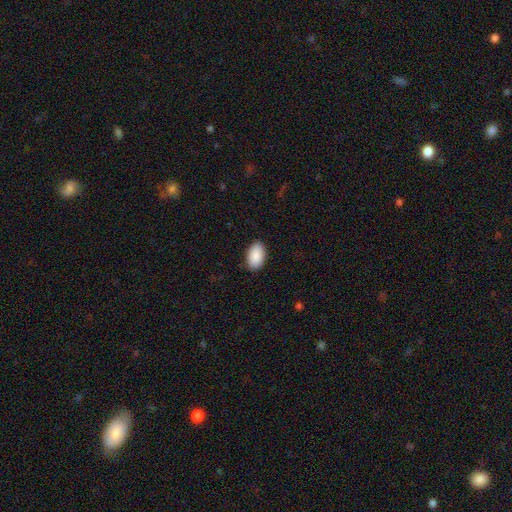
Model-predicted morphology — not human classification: smooth-or-featured: smooth: 91% | star or artifact: 6% | featured or disk: 3%
  how-rounded: in between: 95% | round: 4% | cigar-shaped: 1%
  merging: none: 88% | minor disturbance: 9% | major disturbance: 2% | merger: 1%